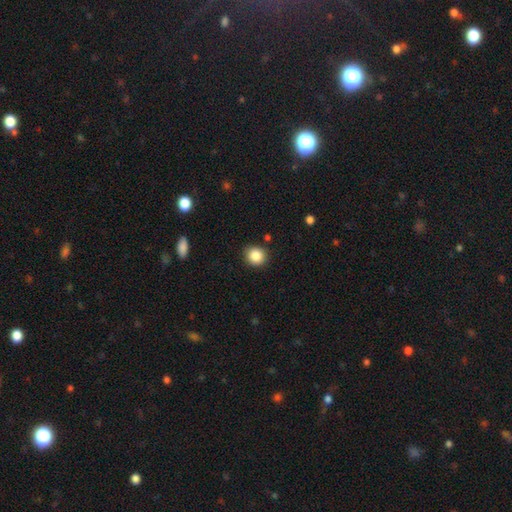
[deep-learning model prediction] Smooth or featured?
  - smooth: 86% *
  - star or artifact: 10%
  - featured or disk: 4%
How rounded?
  - round: 87% *
  - in between: 12%
  - cigar-shaped: 1%
Merging?
  - none: 88% *
  - minor disturbance: 8%
  - major disturbance: 2%
  - merger: 2%